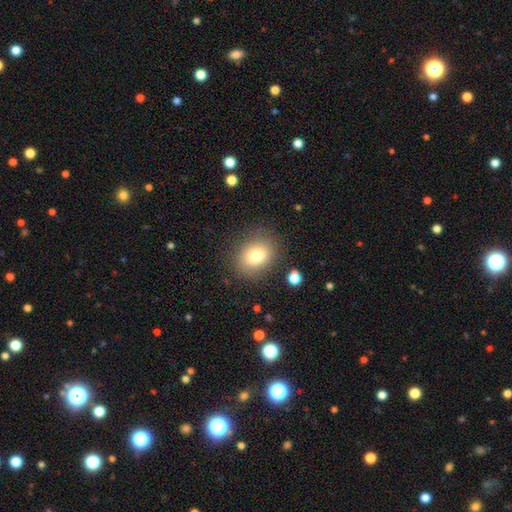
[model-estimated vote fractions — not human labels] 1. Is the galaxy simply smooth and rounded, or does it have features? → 79% smooth, 10% featured or disk, 10% star or artifact.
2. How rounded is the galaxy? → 52% round, 47% in between, 1% cigar-shaped.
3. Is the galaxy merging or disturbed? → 81% none, 12% minor disturbance, 5% major disturbance, 2% merger.